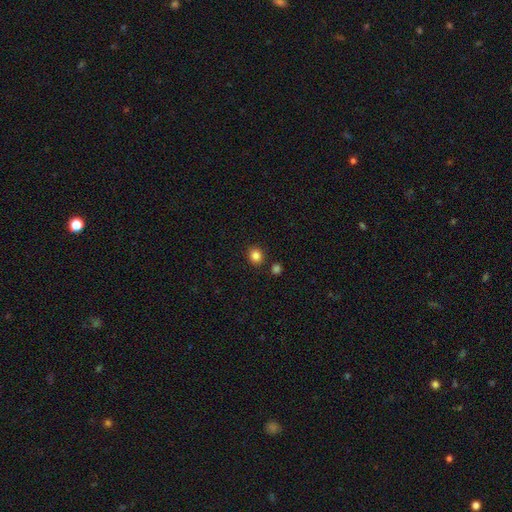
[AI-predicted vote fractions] This is clearly a smooth galaxy (85%). How rounded: likely round (79%). Merging: clearly none (86%).